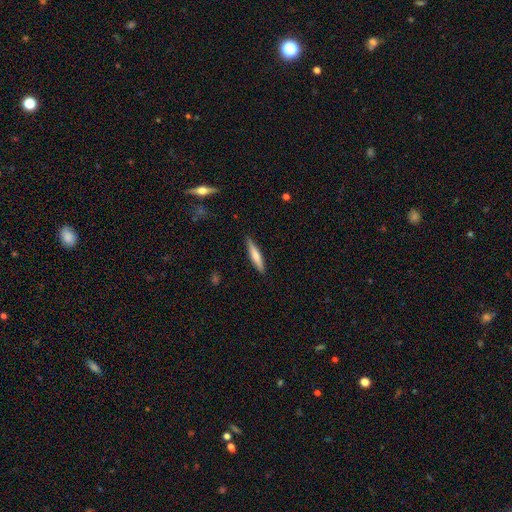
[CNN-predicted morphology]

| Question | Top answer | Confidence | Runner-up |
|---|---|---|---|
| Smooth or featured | smooth | 64% | featured or disk (31%) |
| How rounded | cigar-shaped | 88% | in between (10%) |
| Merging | none | 88% | minor disturbance (9%) |